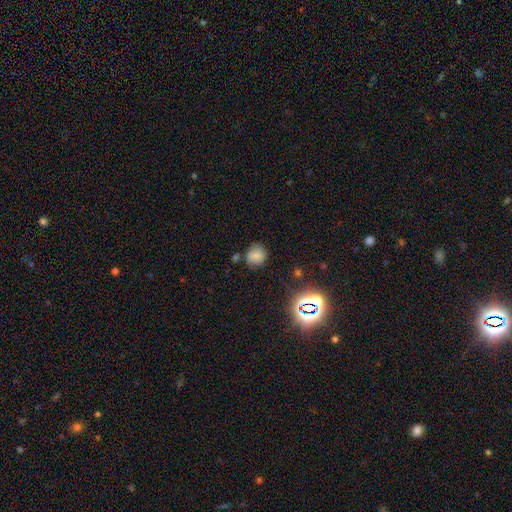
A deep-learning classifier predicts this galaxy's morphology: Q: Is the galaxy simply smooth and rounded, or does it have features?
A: smooth — 72%.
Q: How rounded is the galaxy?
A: round — 82%.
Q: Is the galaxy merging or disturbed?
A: none — 74%.